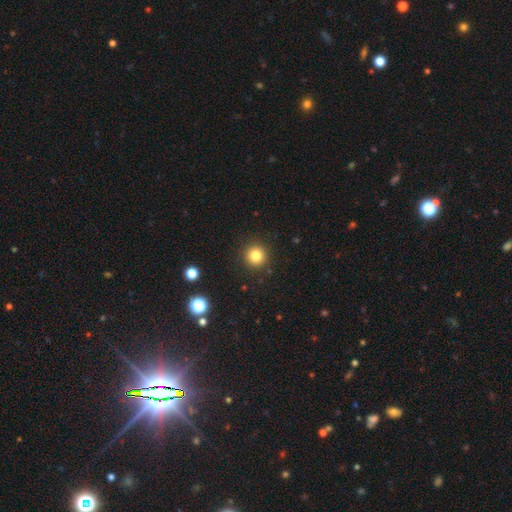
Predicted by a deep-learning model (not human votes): This is clearly a smooth galaxy (82%). How rounded: clearly round (95%). Merging: clearly none (91%).